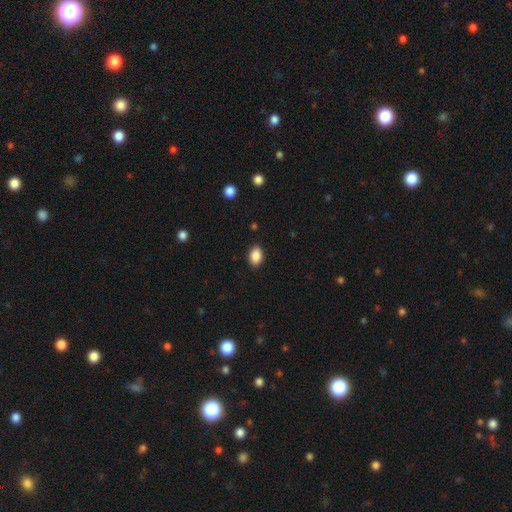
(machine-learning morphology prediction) This appears to be a smooth galaxy with no disk features (89%) that is in between round and cigar-shaped (85%). Merging: none (89%).